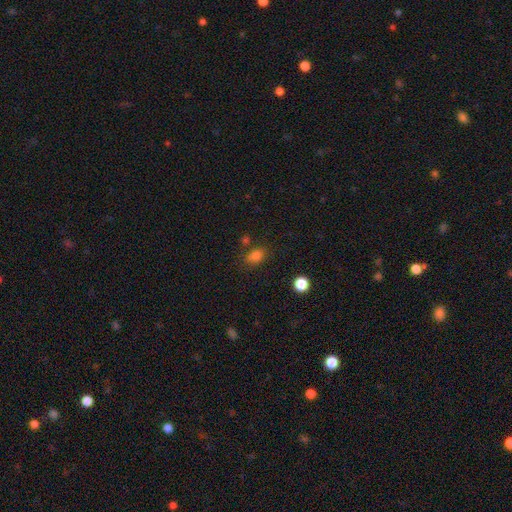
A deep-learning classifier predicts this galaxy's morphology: Smooth or featured? Predicted: smooth (p=0.79). How rounded? Predicted: in between (p=0.63). Merging? Predicted: none (p=0.69).